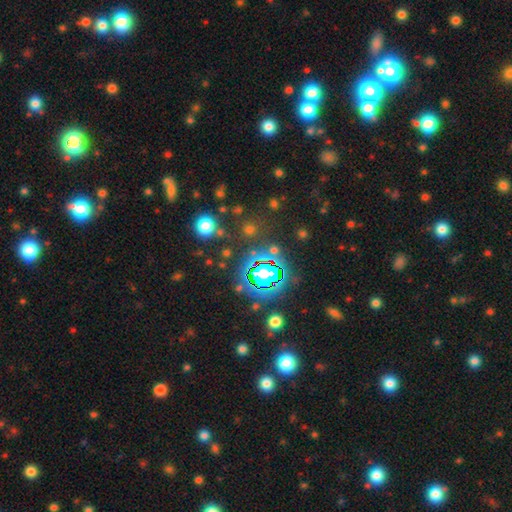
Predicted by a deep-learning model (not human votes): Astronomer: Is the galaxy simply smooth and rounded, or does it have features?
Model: star or artifact — 71%.